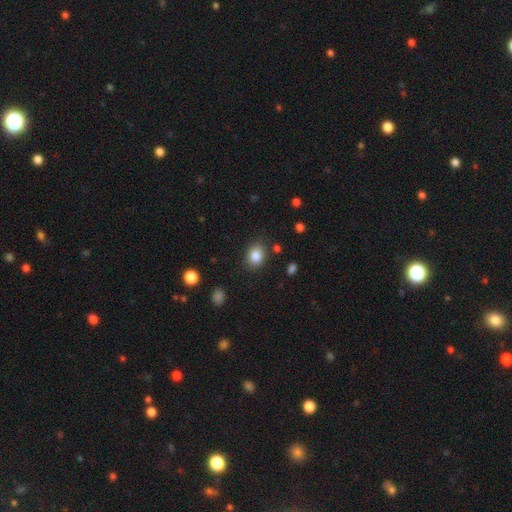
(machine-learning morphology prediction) Smooth or featured? smooth (85%)
How rounded? in between (53%)
Merging? none (82%)